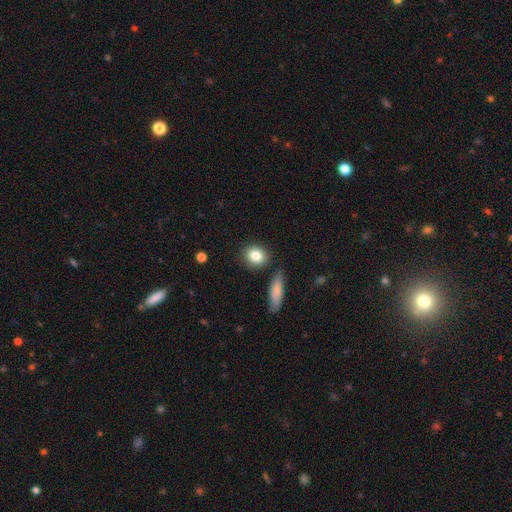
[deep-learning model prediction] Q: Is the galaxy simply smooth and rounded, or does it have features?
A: smooth — 84%.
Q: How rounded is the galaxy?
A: round — 61%.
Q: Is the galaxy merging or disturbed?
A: none — 82%.